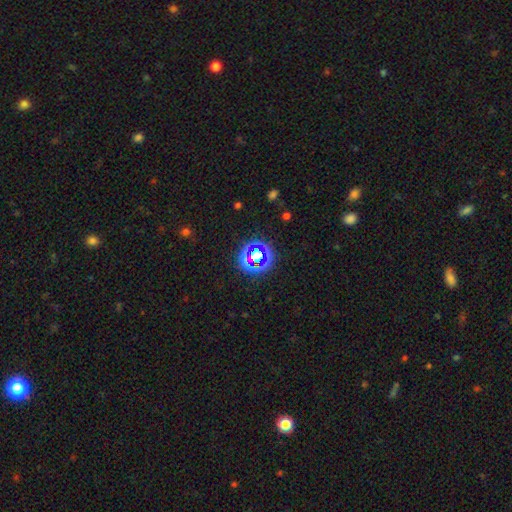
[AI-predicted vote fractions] Smooth or featured: star or artifact — 65% (smooth — 23%)